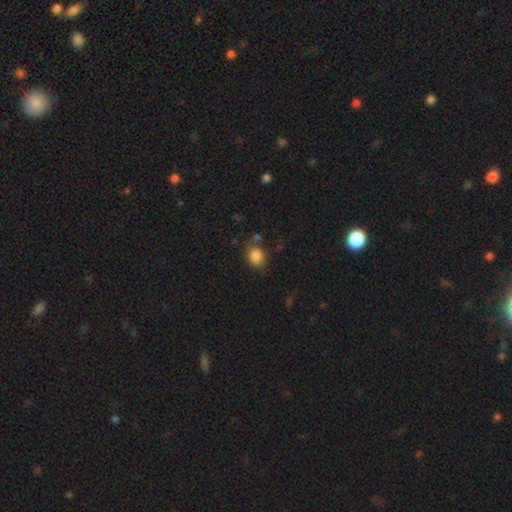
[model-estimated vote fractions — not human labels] This is clearly a smooth galaxy (86%). How rounded: possibly round (53%). Merging: likely none (73%).